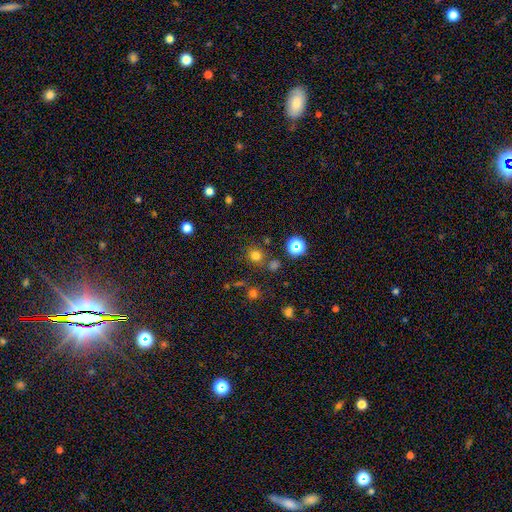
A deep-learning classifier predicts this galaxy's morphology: A smooth galaxy with no disk features (70%) that is round (86%).

Vote fractions:
- Smooth or featured? smooth: 70% / star or artifact: 24% / featured or disk: 6%
- How rounded? round: 86% / in between: 13% / cigar-shaped: 1%
- Merging? none: 77% / merger: 10% / minor disturbance: 9% / major disturbance: 4%